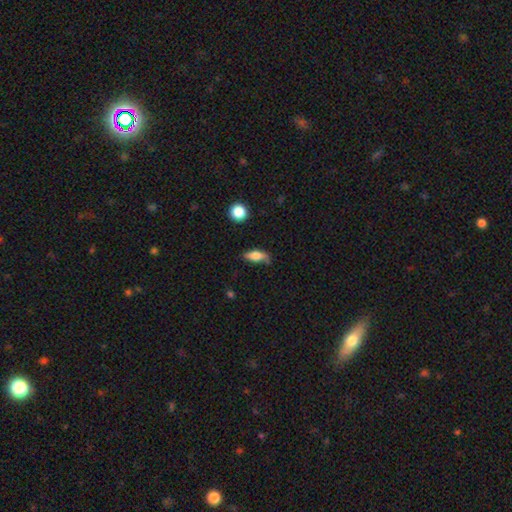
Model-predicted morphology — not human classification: A smooth galaxy with no disk features (69%) that is in between round and cigar-shaped (69%). Merging: none (61%).